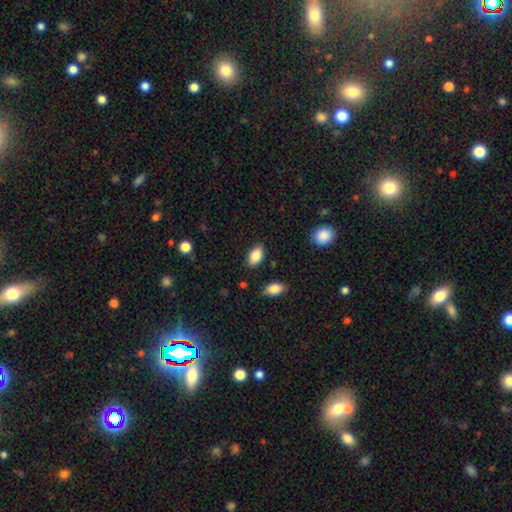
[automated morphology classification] A smooth galaxy with no disk features (86%) that is in between round and cigar-shaped (91%).

Vote fractions:
- Smooth or featured? smooth: 86% / star or artifact: 8% / featured or disk: 6%
- How rounded? in between: 91% / round: 7% / cigar-shaped: 2%
- Merging? none: 82% / minor disturbance: 13% / major disturbance: 3% / merger: 2%